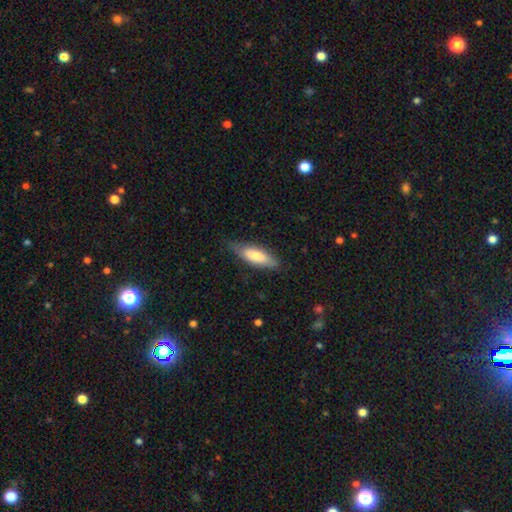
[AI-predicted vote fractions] Overall: smooth (72%). How rounded: in between (54%; cigar-shaped 44%). Merging: none (75%).